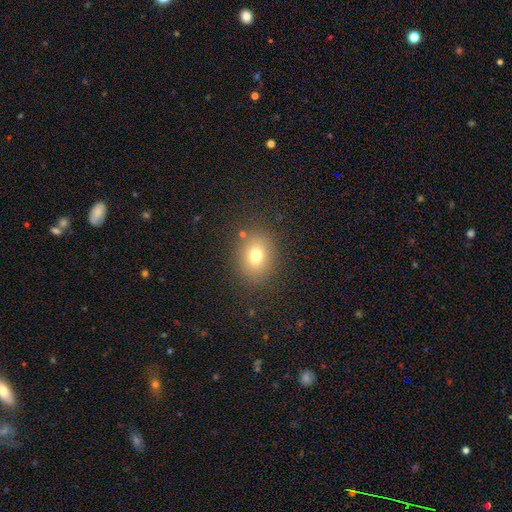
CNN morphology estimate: A smooth galaxy with no disk features (74%) that is round (61%).

Vote fractions:
- Smooth or featured? smooth: 74% / star or artifact: 15% / featured or disk: 11%
- How rounded? round: 61% / in between: 38% / cigar-shaped: 1%
- Merging? none: 85% / minor disturbance: 9% / major disturbance: 4% / merger: 2%